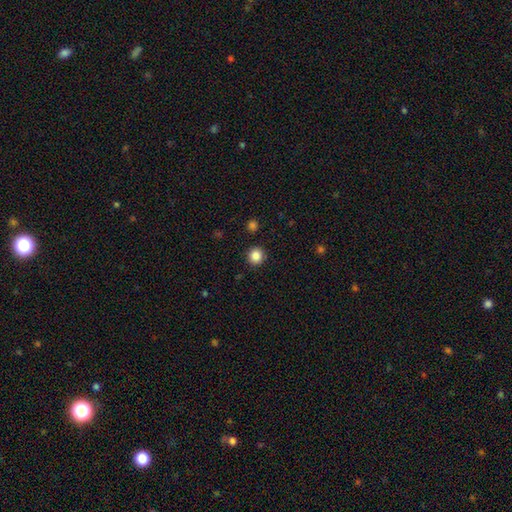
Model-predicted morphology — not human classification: A smooth galaxy with no disk features (85%) that is round (92%). Merging: none (91%).